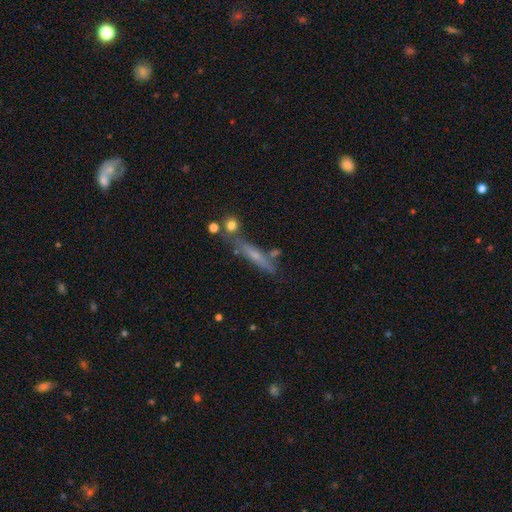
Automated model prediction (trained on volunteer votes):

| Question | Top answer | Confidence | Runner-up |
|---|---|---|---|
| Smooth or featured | smooth | 47% | featured or disk (43%) |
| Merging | none | 67% | minor disturbance (16%) |